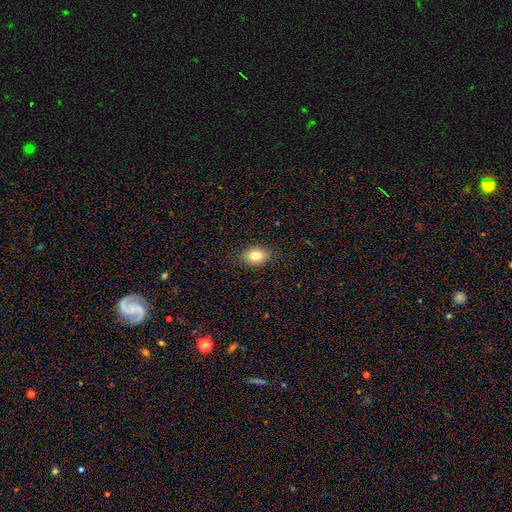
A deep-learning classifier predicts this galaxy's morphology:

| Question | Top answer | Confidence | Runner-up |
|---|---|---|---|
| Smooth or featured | smooth | 82% | featured or disk (9%) |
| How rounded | in between | 79% | round (20%) |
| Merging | none | 87% | minor disturbance (10%) |